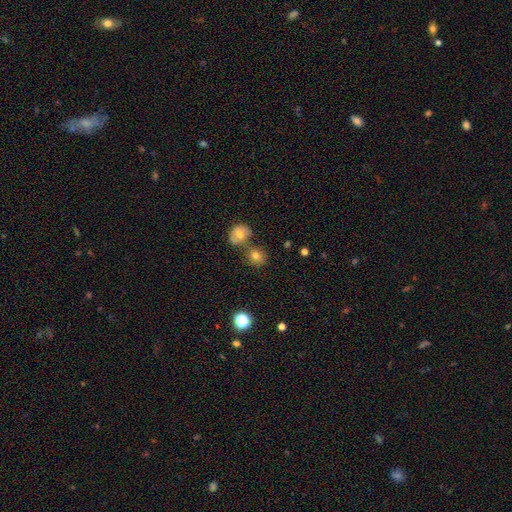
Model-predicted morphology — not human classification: Q: Smooth or featured?
A: smooth (75%); runner-up: star or artifact (12%)
Q: How rounded?
A: round (81%); runner-up: in between (18%)
Q: Merging?
A: none (61%); runner-up: merger (25%)